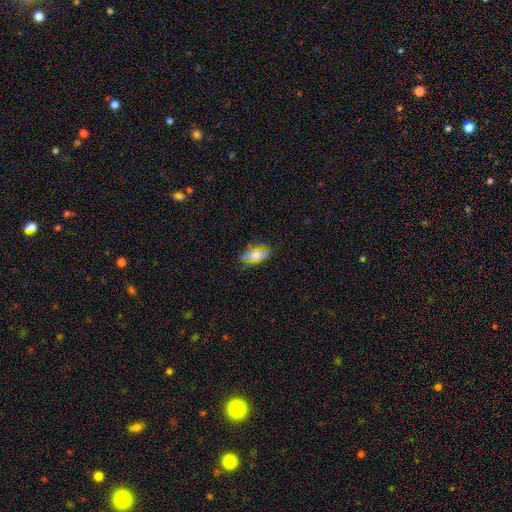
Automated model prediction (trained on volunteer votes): smooth-or-featured: smooth: 67% | featured or disk: 18% | star or artifact: 16%
  how-rounded: in between: 88% | cigar-shaped: 7% | round: 5%
  merging: none: 74% | minor disturbance: 19% | major disturbance: 5% | merger: 2%